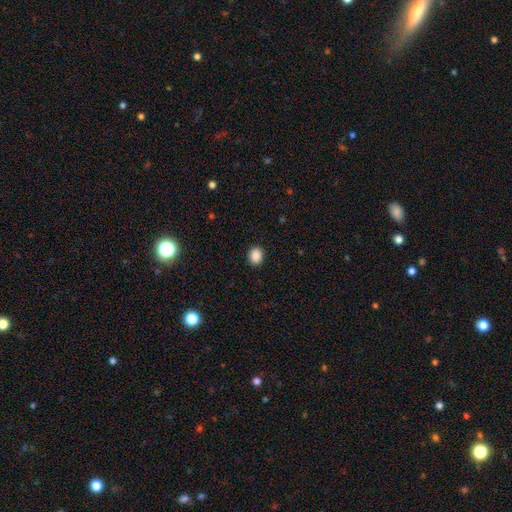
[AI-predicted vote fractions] smooth 88%, star or artifact 9%, featured or disk 3%. Down the decision tree: how rounded — round (68%); merging — none (91%).